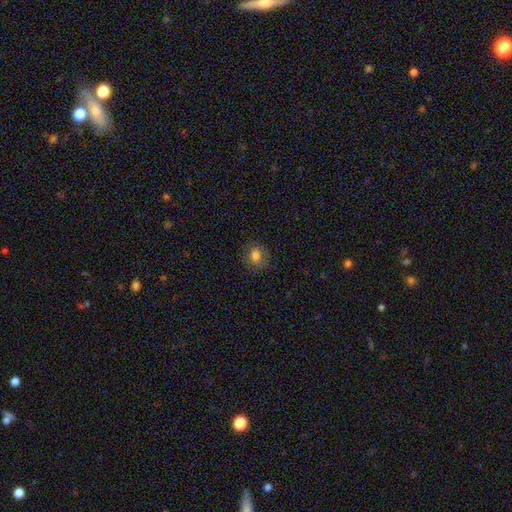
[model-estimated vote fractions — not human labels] Overall: smooth (80%). How rounded: round (60%; in between 39%). Merging: none (82%).